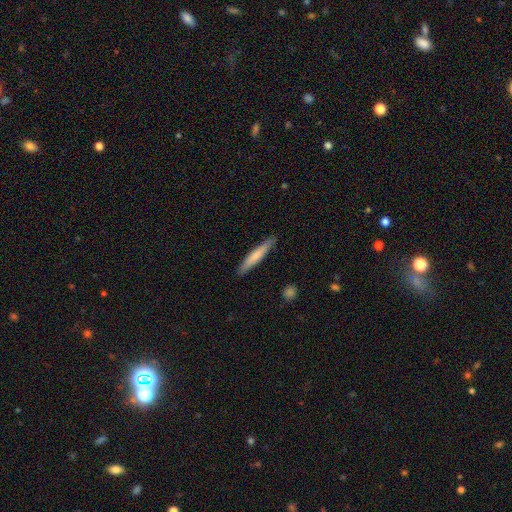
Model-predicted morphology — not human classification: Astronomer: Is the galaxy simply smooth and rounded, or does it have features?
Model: smooth — 67%.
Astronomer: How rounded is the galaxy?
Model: cigar-shaped — 93%.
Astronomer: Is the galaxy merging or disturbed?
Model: none — 88%.